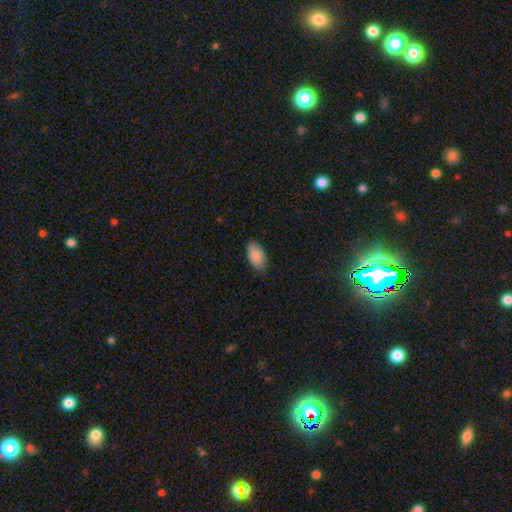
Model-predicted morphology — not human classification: smooth 88%, star or artifact 6%, featured or disk 5%. Down the decision tree: how rounded — in between (94%); merging — none (75%).